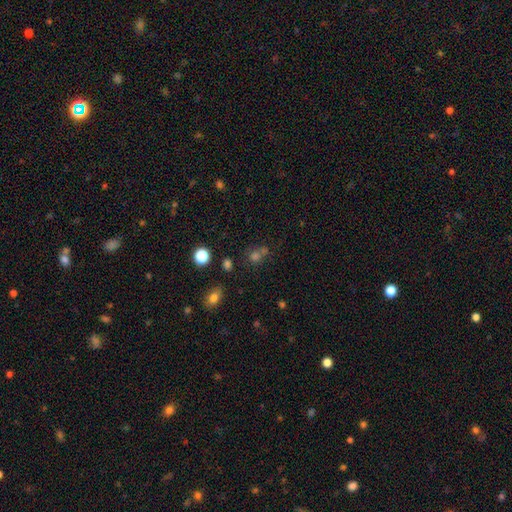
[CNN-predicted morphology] Smooth or featured?
  - smooth: 55% *
  - star or artifact: 34%
  - featured or disk: 11%
How rounded?
  - round: 73% *
  - in between: 25%
  - cigar-shaped: 2%
Merging?
  - none: 57% *
  - merger: 25%
  - minor disturbance: 12%
  - major disturbance: 7%